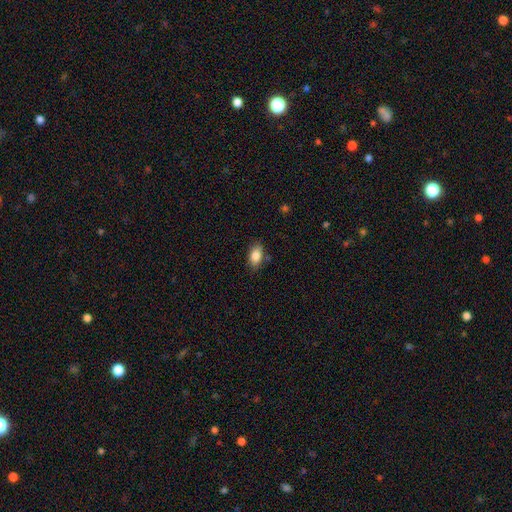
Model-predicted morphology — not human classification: Smooth or featured? Predicted: smooth (p=0.84). How rounded? Predicted: in between (p=0.89). Merging? Predicted: none (p=0.80).